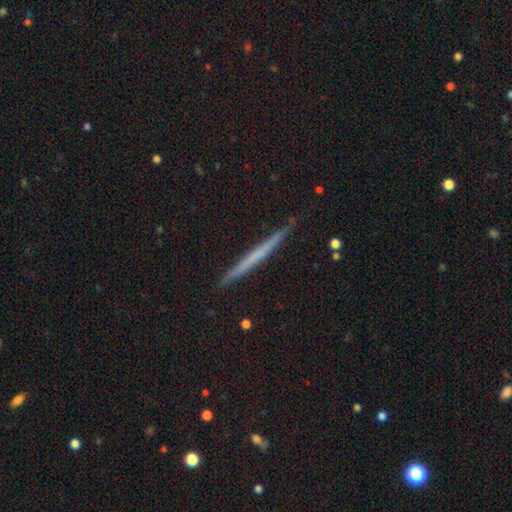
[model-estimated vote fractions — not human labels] Morphology: type=featured or disk (54%); edge-on=yes (98%); edge-on bulge=none (90%); merging=none (91%).